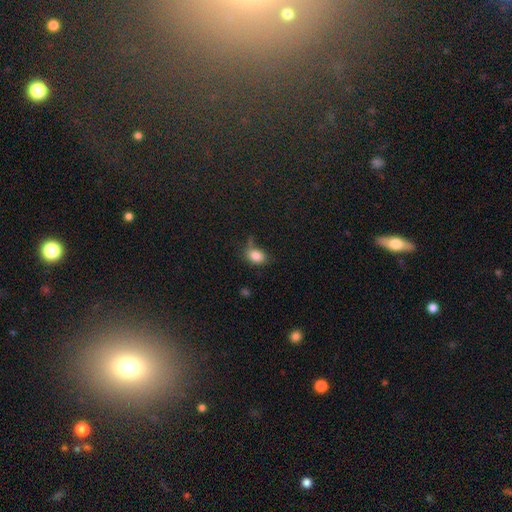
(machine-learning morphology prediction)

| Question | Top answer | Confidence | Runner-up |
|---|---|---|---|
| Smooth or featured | smooth | 83% | star or artifact (10%) |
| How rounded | in between | 73% | round (25%) |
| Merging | none | 60% | minor disturbance (24%) |